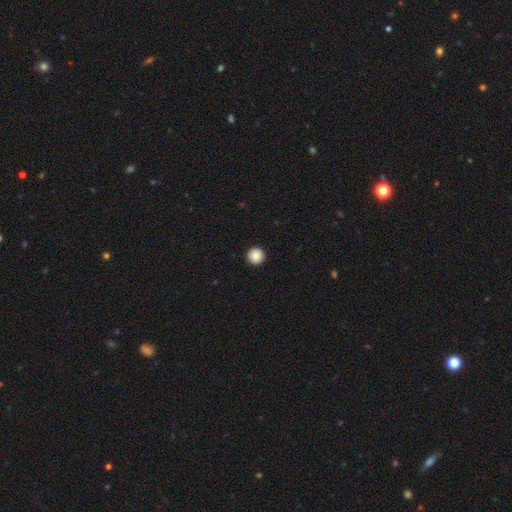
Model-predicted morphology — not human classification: Smooth or featured?
  - smooth: 88% *
  - star or artifact: 8%
  - featured or disk: 3%
How rounded?
  - round: 97% *
  - in between: 2%
  - cigar-shaped: 1%
Merging?
  - none: 94% *
  - minor disturbance: 4%
  - major disturbance: 1%
  - merger: 1%